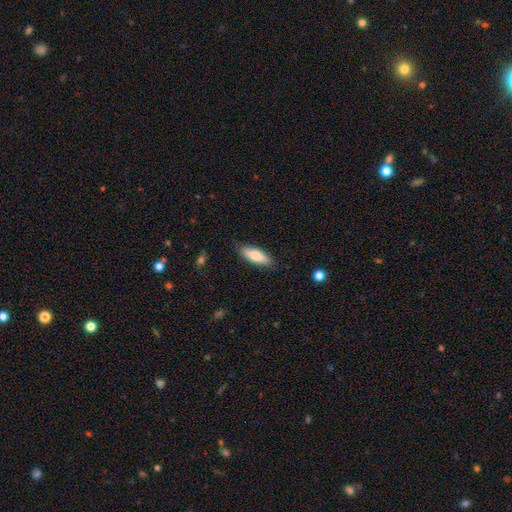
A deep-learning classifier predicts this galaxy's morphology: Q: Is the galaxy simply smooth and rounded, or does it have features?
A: smooth — 78%.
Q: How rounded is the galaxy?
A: in between — 55%.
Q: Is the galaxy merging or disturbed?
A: none — 85%.